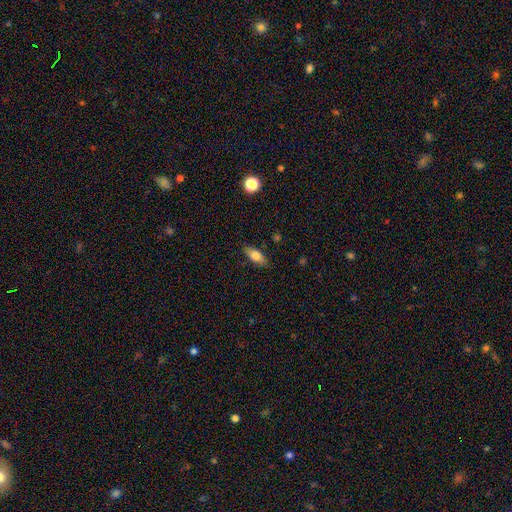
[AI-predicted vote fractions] The model was most divided on "smooth or featured": smooth: 69%, featured or disk: 23%, star or artifact: 8%. More confident: merging — none (84%); how rounded — in between (73%).